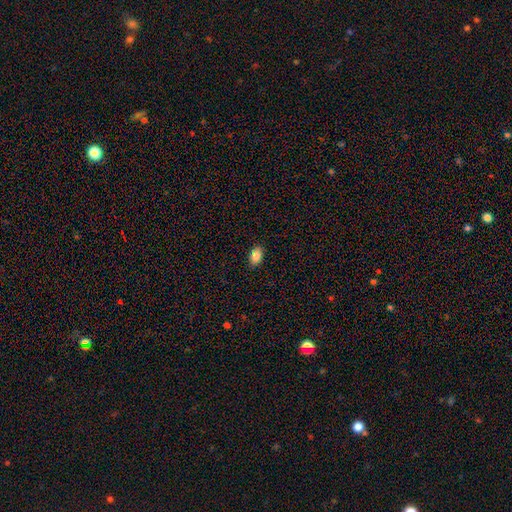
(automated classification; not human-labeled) Overall: smooth (86%). How rounded: in between (87%). Merging: none (87%).